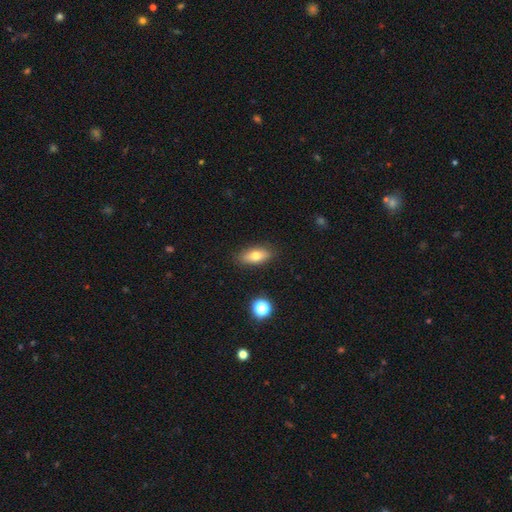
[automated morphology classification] Overall: smooth (72%). How rounded: in between (78%). Merging: none (87%).